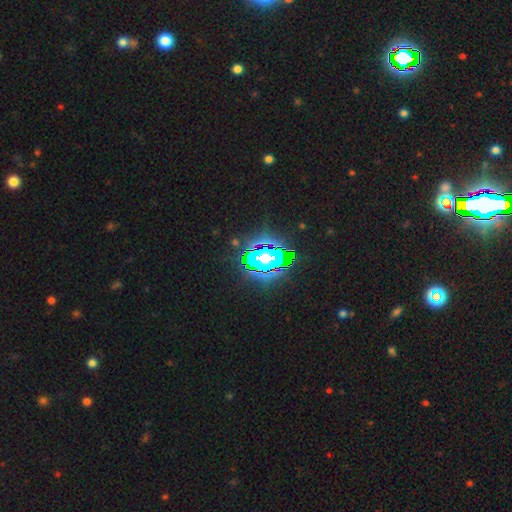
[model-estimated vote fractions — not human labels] Smooth or featured?
  - star or artifact: 81% *
  - smooth: 11%
  - featured or disk: 8%